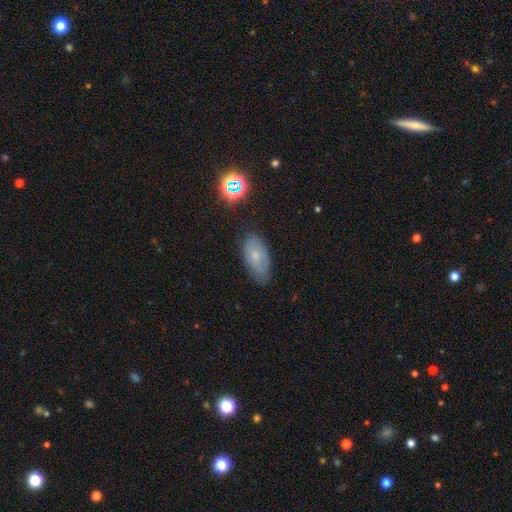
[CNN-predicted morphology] smooth_or_featured: smooth (p=0.57) [alt: featured or disk p=0.30]
how_rounded: in between (p=0.90) [alt: round p=0.05]
merging: none (p=0.72) [alt: minor disturbance p=0.22]